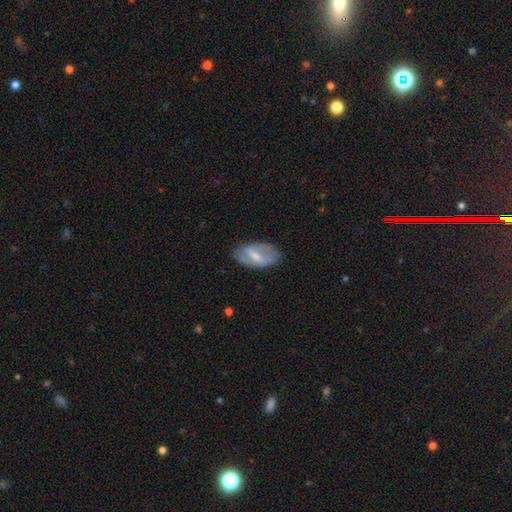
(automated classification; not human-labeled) featured or disk 55%, smooth 38%, star or artifact 6%. Down the decision tree: edge-on disk — no (91%); bar — strong (47%); spiral arms — no (53%); bulge size — moderate (45%); merging — none (75%).